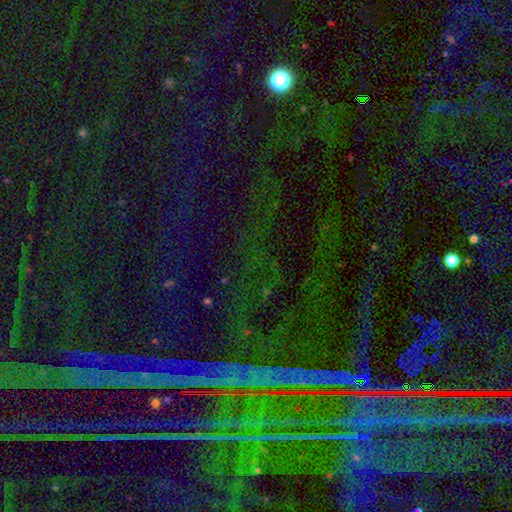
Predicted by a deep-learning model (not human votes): This appears to be a star or artifact, not a galaxy (86%).